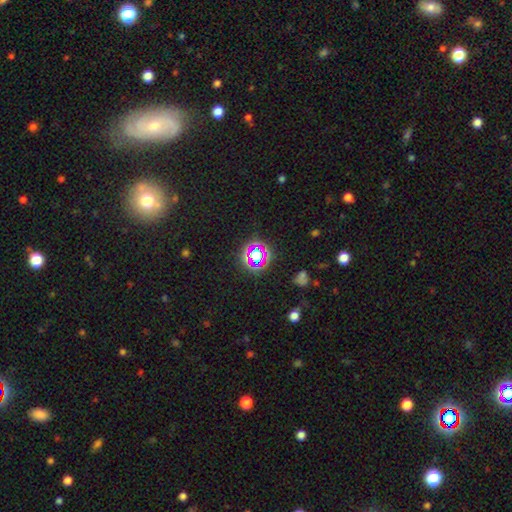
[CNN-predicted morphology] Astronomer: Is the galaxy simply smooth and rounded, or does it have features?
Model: star or artifact — 69%.